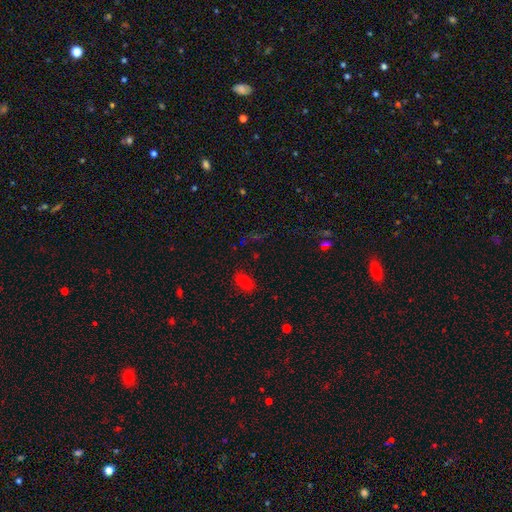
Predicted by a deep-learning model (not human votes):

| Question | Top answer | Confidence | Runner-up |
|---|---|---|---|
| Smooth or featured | smooth | 56% | star or artifact (35%) |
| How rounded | in between | 78% | round (17%) |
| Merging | none | 78% | minor disturbance (13%) |